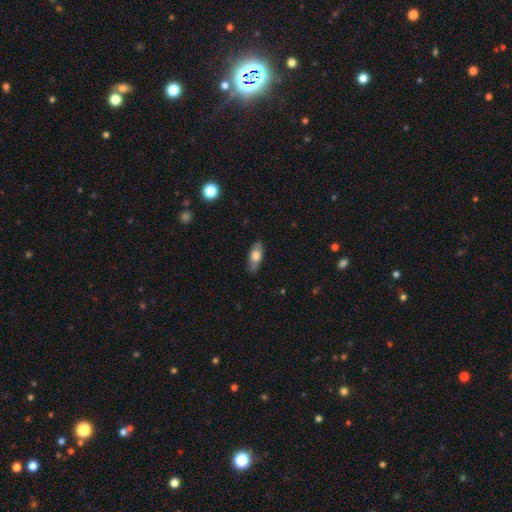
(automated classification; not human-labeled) smooth-or-featured: smooth: 68% | featured or disk: 26% | star or artifact: 6%
  how-rounded: in between: 80% | cigar-shaped: 17% | round: 3%
  merging: none: 82% | minor disturbance: 14% | major disturbance: 3% | merger: 1%